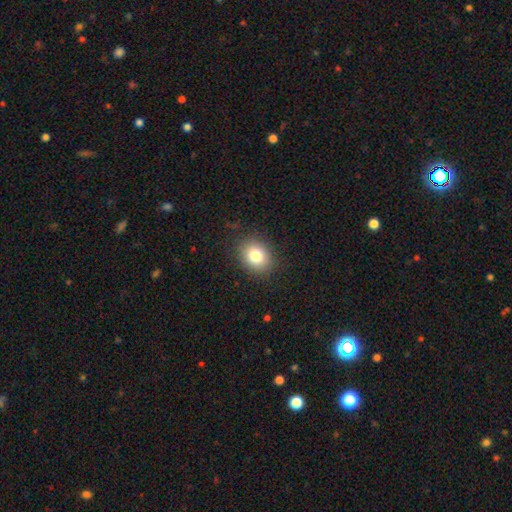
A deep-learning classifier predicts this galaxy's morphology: A smooth galaxy with no disk features (81%) that is round (56%). Merging: none (87%).